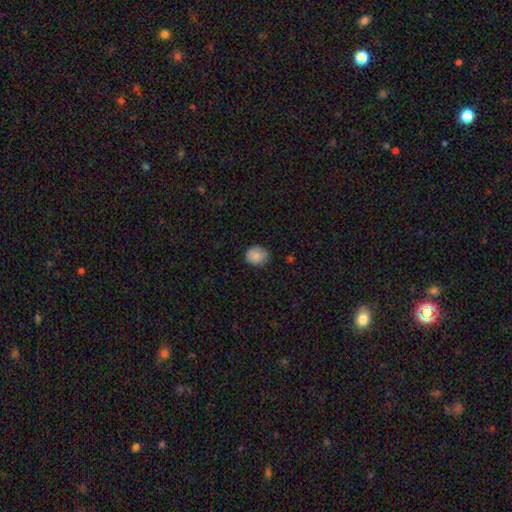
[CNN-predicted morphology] Smooth or featured? Predicted: smooth (p=0.87). How rounded? Predicted: round (p=0.69). Merging? Predicted: none (p=0.82).